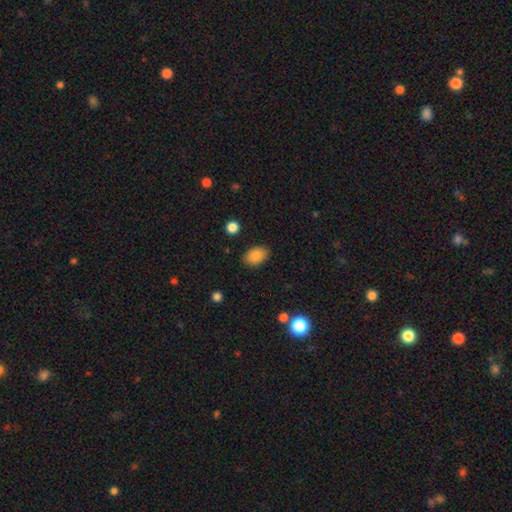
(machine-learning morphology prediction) Smooth or featured? smooth (86%)
How rounded? in between (86%)
Merging? none (85%)